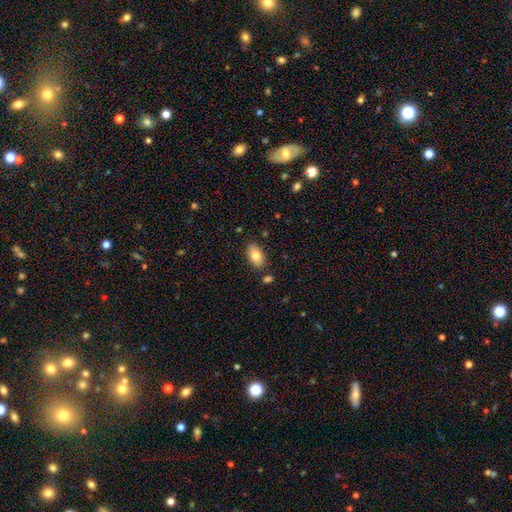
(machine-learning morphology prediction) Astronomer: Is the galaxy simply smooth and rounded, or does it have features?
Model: smooth — 82%.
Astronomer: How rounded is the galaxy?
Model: in between — 93%.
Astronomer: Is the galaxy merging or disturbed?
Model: none — 82%.